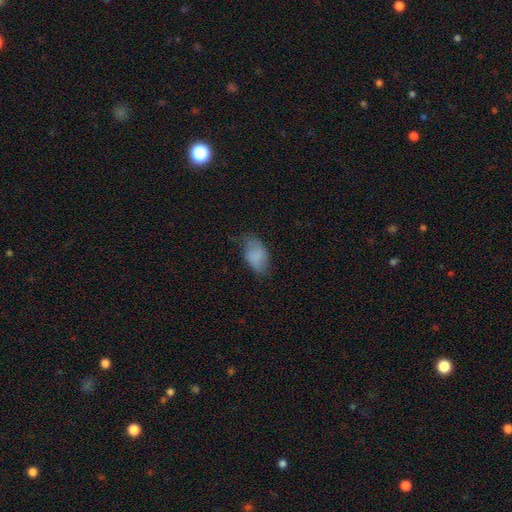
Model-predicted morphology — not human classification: Smooth or featured: smooth — 80% (featured or disk — 12%)
How rounded: in between — 92% (round — 6%)
Merging: none — 59% (minor disturbance — 30%)